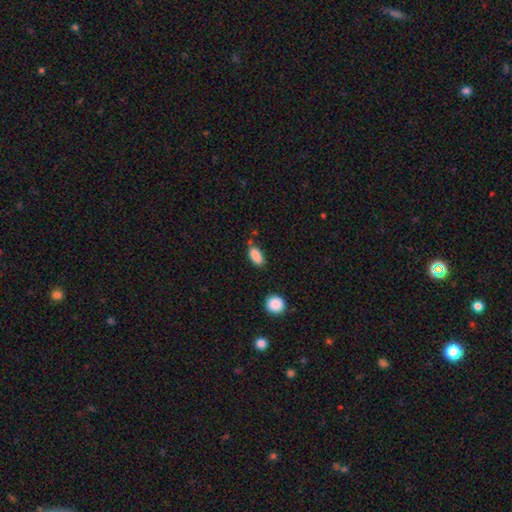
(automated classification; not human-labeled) smooth_or_featured: smooth (p=0.87) [alt: star or artifact p=0.08]
how_rounded: in between (p=0.89) [alt: cigar-shaped p=0.07]
merging: none (p=0.70) [alt: minor disturbance p=0.20]